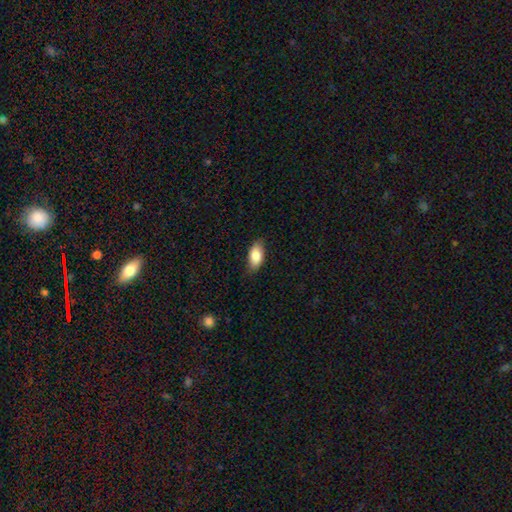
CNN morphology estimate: A smooth galaxy with no disk features (84%) that is in between round and cigar-shaped (91%). Merging: none (82%).